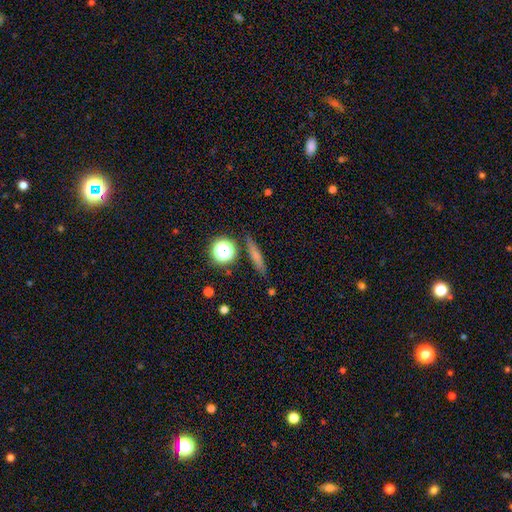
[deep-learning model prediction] Morphology: type=smooth (62%); roundness=cigar-shaped (81%); merging=none (86%).